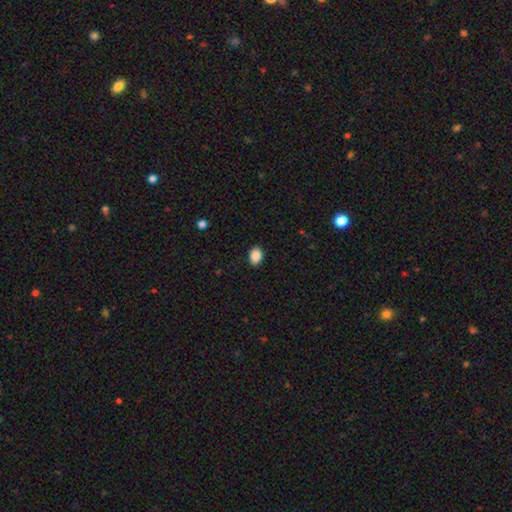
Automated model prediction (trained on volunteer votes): smooth-or-featured: smooth: 89% | star or artifact: 8% | featured or disk: 3%
  how-rounded: in between: 68% | round: 31% | cigar-shaped: 1%
  merging: none: 89% | minor disturbance: 8% | major disturbance: 2% | merger: 1%